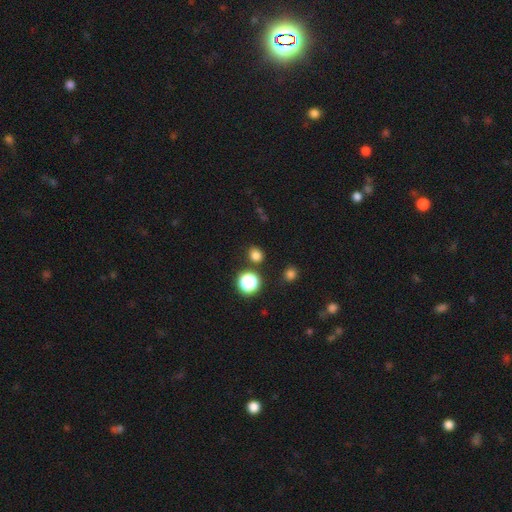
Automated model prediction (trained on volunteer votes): The model was most divided on "how rounded": round: 77%, in between: 22%, cigar-shaped: 1%. More confident: merging — none (84%); smooth or featured — smooth (76%).